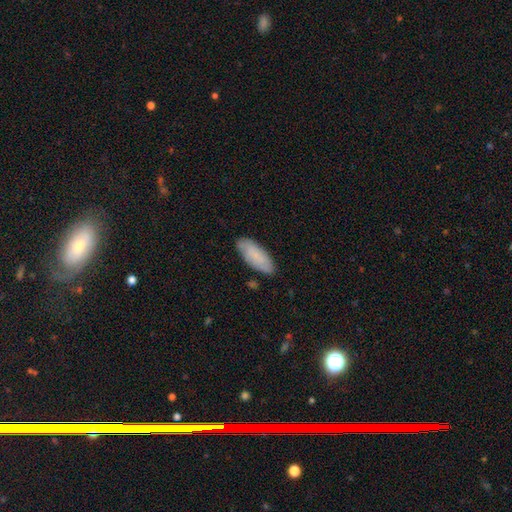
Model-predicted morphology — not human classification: Overall: smooth (79%). How rounded: in between (78%). Merging: none (83%).